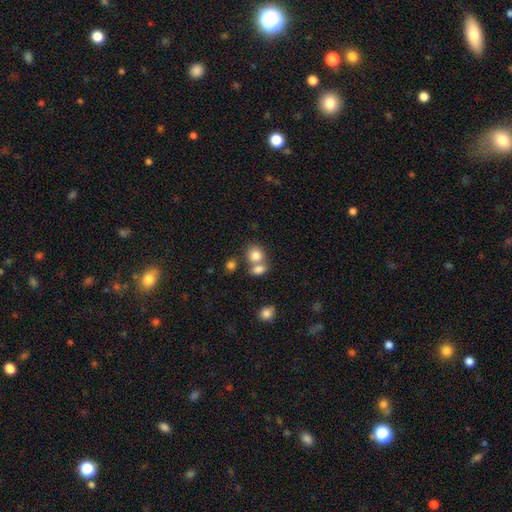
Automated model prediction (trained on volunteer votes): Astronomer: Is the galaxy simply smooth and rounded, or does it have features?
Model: smooth — 80%.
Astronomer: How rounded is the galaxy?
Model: round — 68%.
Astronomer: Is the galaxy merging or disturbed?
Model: merger — 44% (runner-up: none, 43%).